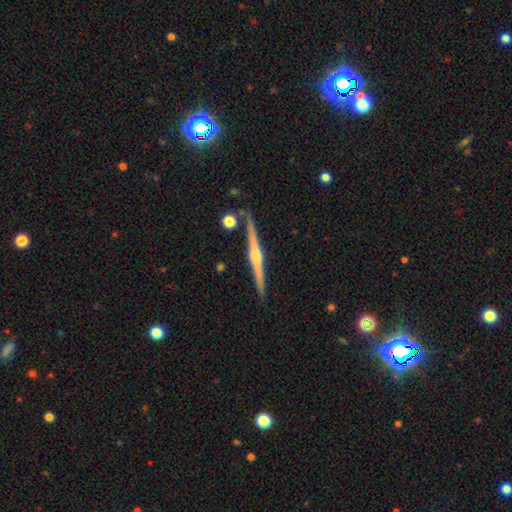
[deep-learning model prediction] A featured or disk galaxy (81%) viewed edge-on (98%) with a rounded central bulge (85%).

Vote fractions:
- Smooth or featured? featured or disk: 81% / smooth: 13% / star or artifact: 6%
- Edge-on disk? yes: 98% / no: 2%
- Edge-on bulge? rounded: 85% / boxy: 8% / none: 7%
- Merging? none: 88% / minor disturbance: 8% / merger: 3% / major disturbance: 2%